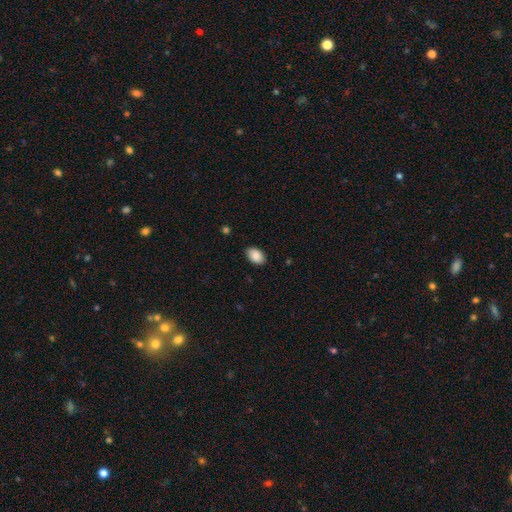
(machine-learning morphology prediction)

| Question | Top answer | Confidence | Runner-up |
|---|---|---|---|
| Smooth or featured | smooth | 89% | star or artifact (7%) |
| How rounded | in between | 90% | round (9%) |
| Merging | none | 87% | minor disturbance (10%) |